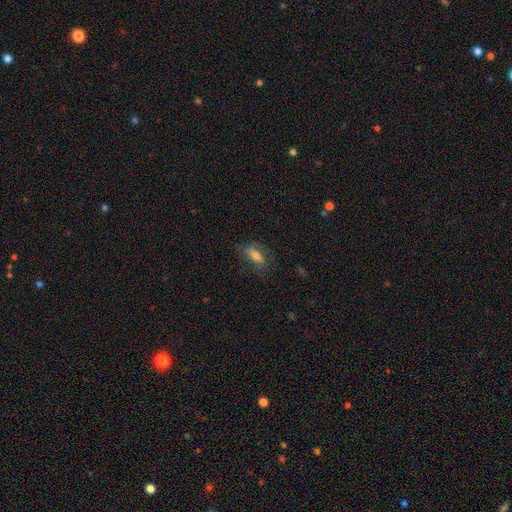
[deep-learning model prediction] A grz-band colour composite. It shows a smooth galaxy with no disk features (59%) that is in between round and cigar-shaped (63%). Merging: none (69%).